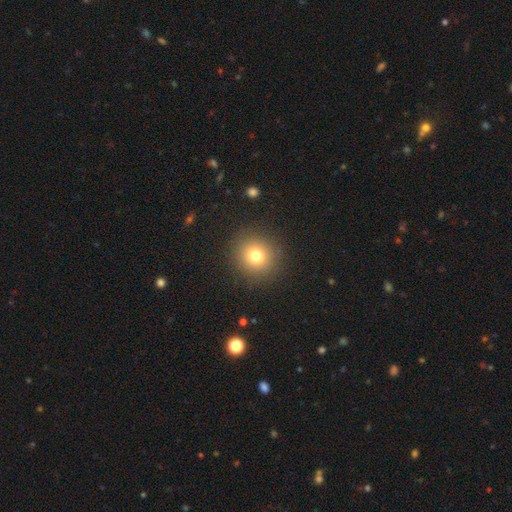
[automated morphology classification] Smooth or featured?
  - smooth: 76% *
  - star or artifact: 14%
  - featured or disk: 10%
How rounded?
  - round: 90% *
  - in between: 9%
  - cigar-shaped: 1%
Merging?
  - none: 90% *
  - minor disturbance: 6%
  - major disturbance: 3%
  - merger: 1%